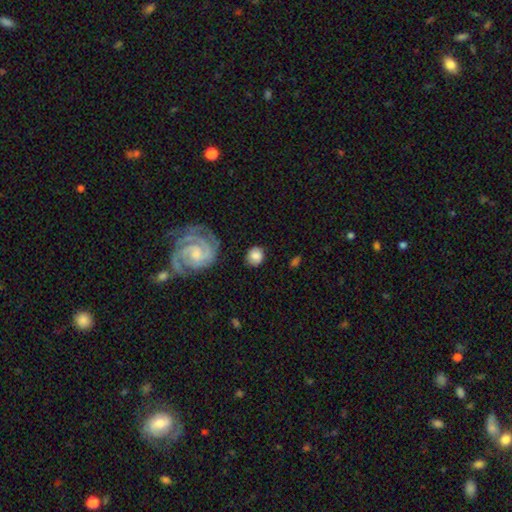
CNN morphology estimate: Overall: smooth (73%). How rounded: round (81%). Merging: none (80%).